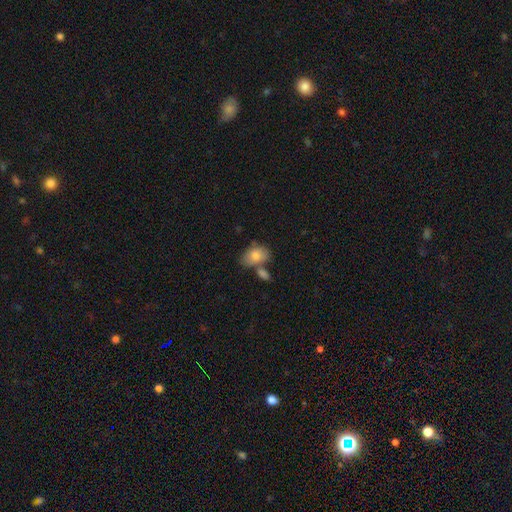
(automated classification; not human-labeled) The model was most divided on "merging": none: 47%, merger: 30%, minor disturbance: 17%, major disturbance: 6%. More confident: how rounded — in between (85%); smooth or featured — smooth (79%).